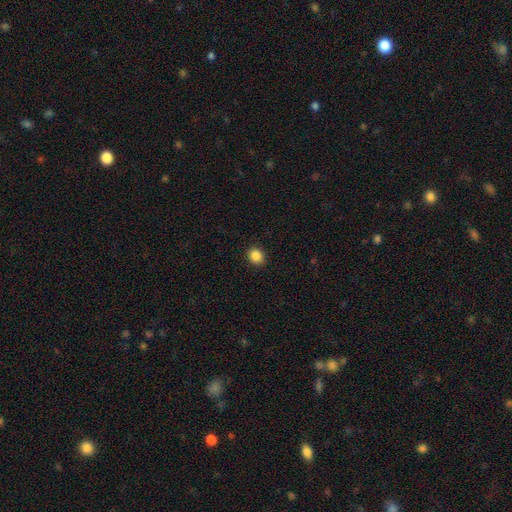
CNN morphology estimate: Smooth or featured: smooth — 87% (star or artifact — 10%)
How rounded: round — 68% (in between — 31%)
Merging: none — 91% (minor disturbance — 7%)